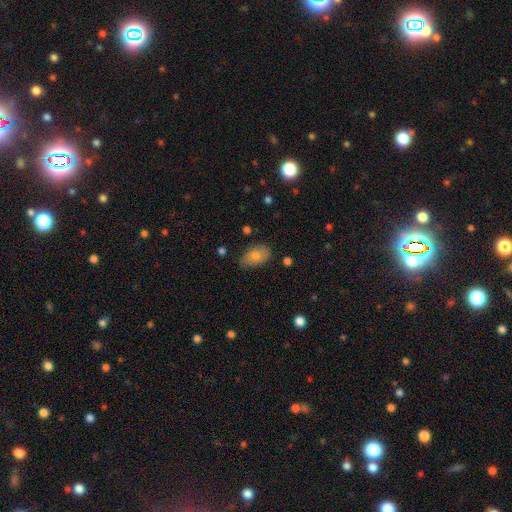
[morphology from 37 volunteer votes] Smooth or featured?
  - smooth: 84% *
  - featured or disk: 14%
  - star or artifact: 3%
How rounded?
  - in between: 90% *
  - round: 6%
  - cigar-shaped: 3%
Merging?
  - none: 64% *
  - minor disturbance: 31%
  - major disturbance: 3%
  - merger: 3%